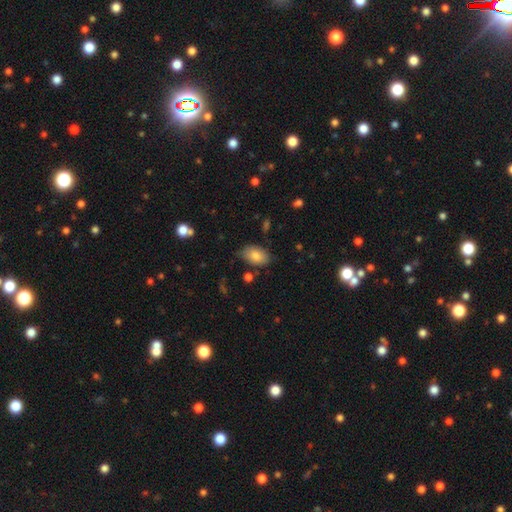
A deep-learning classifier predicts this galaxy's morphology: Q: Smooth or featured?
A: smooth (81%); runner-up: featured or disk (11%)
Q: How rounded?
A: in between (90%); runner-up: round (8%)
Q: Merging?
A: none (76%); runner-up: minor disturbance (18%)